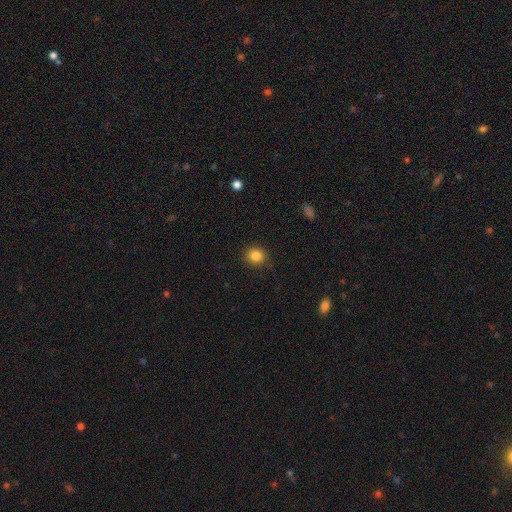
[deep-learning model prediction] Smooth or featured: smooth — 85% (star or artifact — 11%)
How rounded: round — 84% (in between — 15%)
Merging: none — 90% (minor disturbance — 7%)